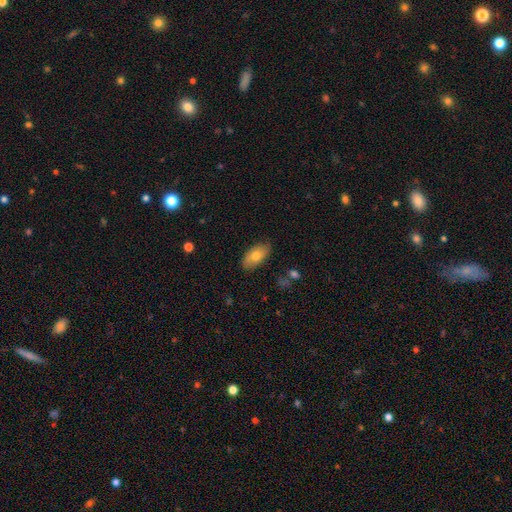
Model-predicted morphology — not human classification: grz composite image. It shows a smooth galaxy with no disk features (74%) that is in between round and cigar-shaped (92%). Merging: none (84%).